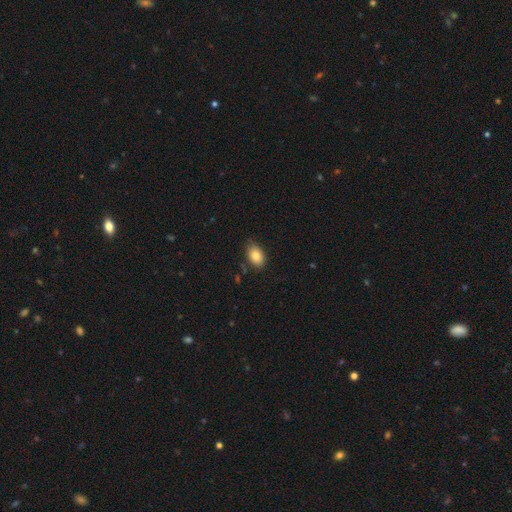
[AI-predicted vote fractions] This is clearly a smooth galaxy (83%). How rounded: clearly in between (87%). Merging: clearly none (82%).